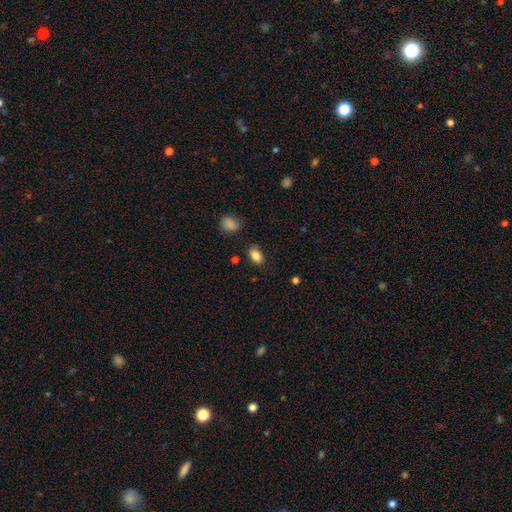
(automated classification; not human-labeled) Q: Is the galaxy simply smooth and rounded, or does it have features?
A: smooth — 86%.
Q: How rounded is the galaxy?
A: in between — 88%.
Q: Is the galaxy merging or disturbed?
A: none — 82%.